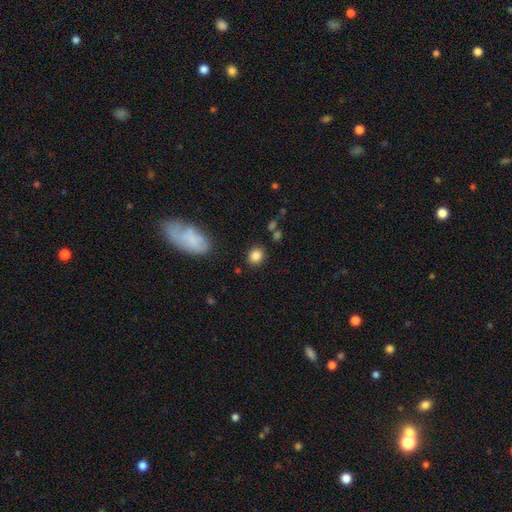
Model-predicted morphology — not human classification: A smooth galaxy with no disk features (85%) that is round (68%). Merging: none (85%).